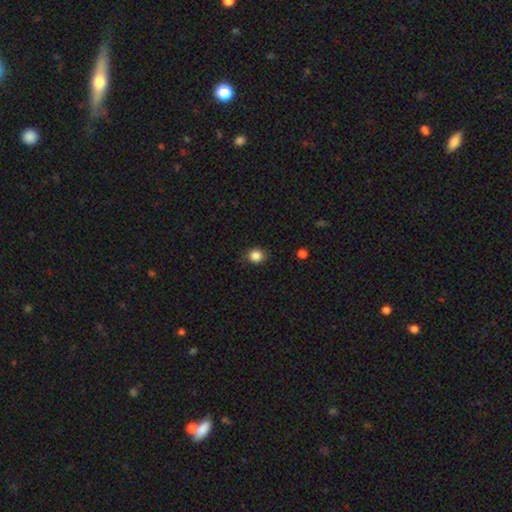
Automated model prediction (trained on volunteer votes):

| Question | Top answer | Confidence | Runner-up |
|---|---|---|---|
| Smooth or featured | smooth | 85% | star or artifact (11%) |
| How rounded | round | 78% | in between (21%) |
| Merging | none | 84% | minor disturbance (12%) |